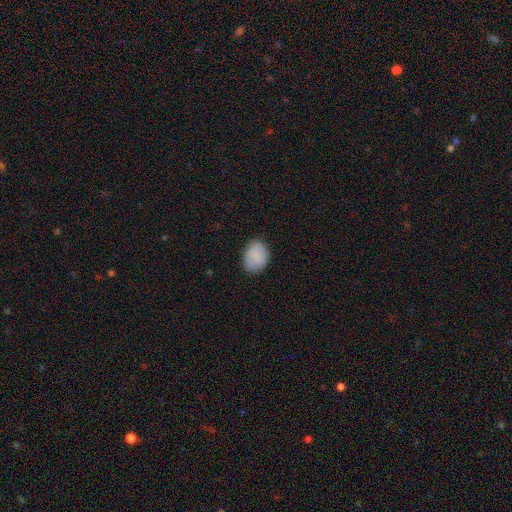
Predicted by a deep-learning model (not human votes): A smooth galaxy with no disk features (87%) that is in between round and cigar-shaped (70%). Merging: none (84%).